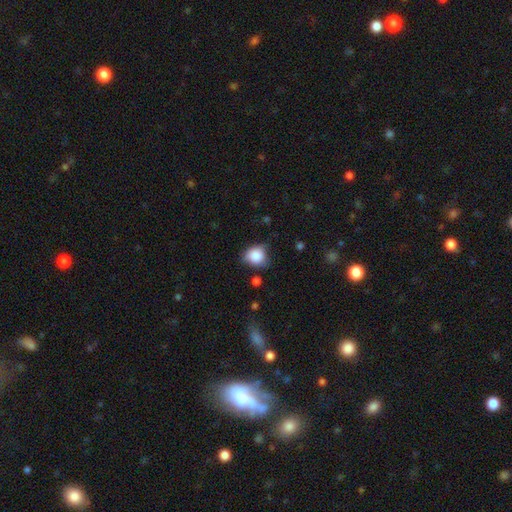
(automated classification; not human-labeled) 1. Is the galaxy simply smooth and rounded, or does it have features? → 84% smooth, 9% star or artifact, 7% featured or disk.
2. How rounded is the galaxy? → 73% round, 26% in between, 1% cigar-shaped.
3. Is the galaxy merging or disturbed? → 60% none, 30% minor disturbance, 7% major disturbance, 4% merger.